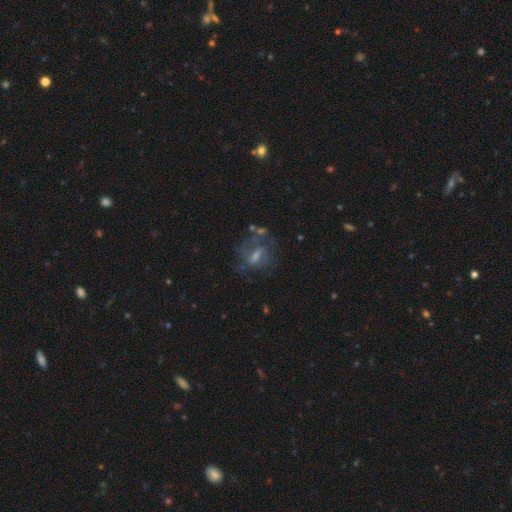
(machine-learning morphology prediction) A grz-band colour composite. It shows a featured or disk galaxy (48%). Merging: none (49%).